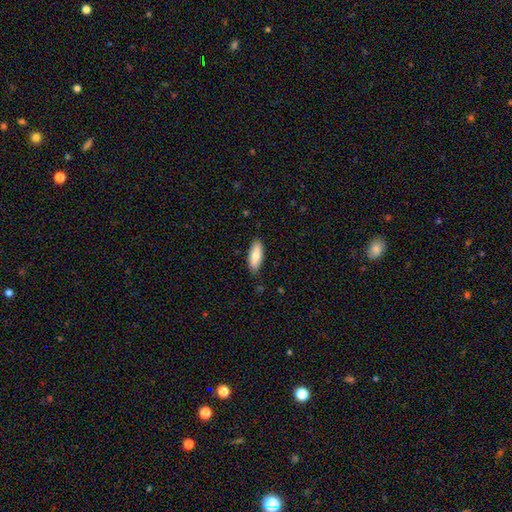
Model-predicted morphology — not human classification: smooth-or-featured: smooth: 80% | featured or disk: 14% | star or artifact: 6%
  how-rounded: in between: 75% | cigar-shaped: 23% | round: 2%
  merging: none: 82% | minor disturbance: 14% | major disturbance: 2% | merger: 1%